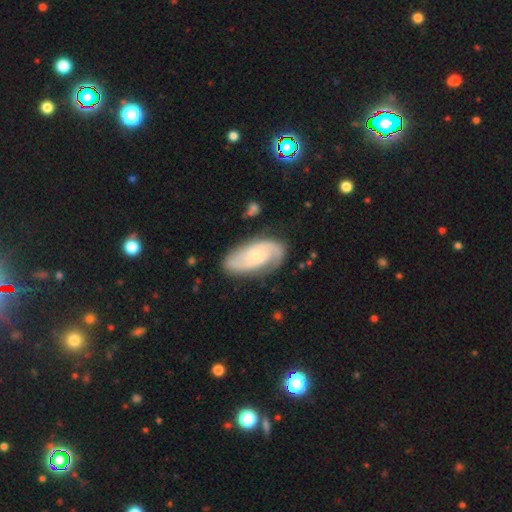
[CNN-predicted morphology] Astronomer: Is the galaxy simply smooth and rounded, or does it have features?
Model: featured or disk — 78%.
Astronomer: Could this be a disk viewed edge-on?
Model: no — 95%.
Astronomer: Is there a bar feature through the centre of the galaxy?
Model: no — 64%.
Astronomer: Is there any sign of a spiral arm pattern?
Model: yes — 94%.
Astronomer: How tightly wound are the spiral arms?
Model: tight — 42% (runner-up: medium, 41%).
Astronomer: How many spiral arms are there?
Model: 2 — 73%.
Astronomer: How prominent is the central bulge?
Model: small — 68%.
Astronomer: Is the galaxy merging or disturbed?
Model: none — 74%.